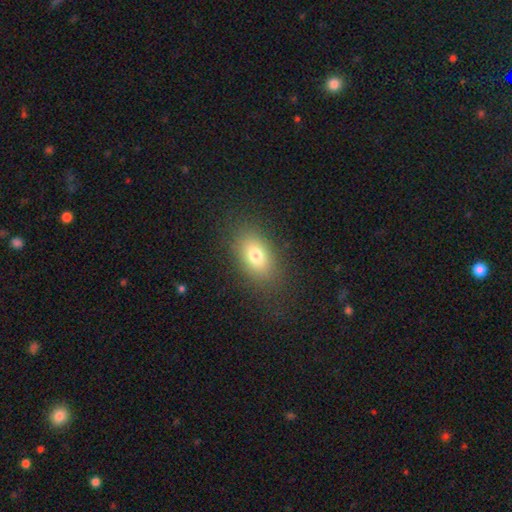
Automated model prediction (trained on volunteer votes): Smooth or featured? Predicted: smooth (p=0.76). How rounded? Predicted: in between (p=0.84). Merging? Predicted: none (p=0.83).